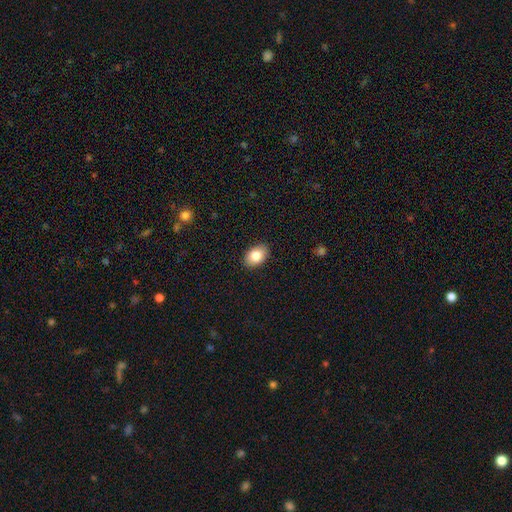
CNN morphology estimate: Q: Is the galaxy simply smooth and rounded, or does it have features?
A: smooth — 83%.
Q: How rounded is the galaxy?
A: in between — 83%.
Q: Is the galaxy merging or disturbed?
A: none — 89%.